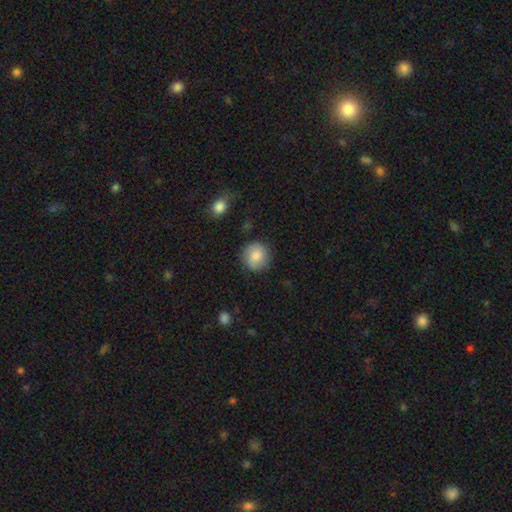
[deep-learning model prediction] A smooth galaxy with no disk features (82%) that is round (92%). Merging: none (83%).